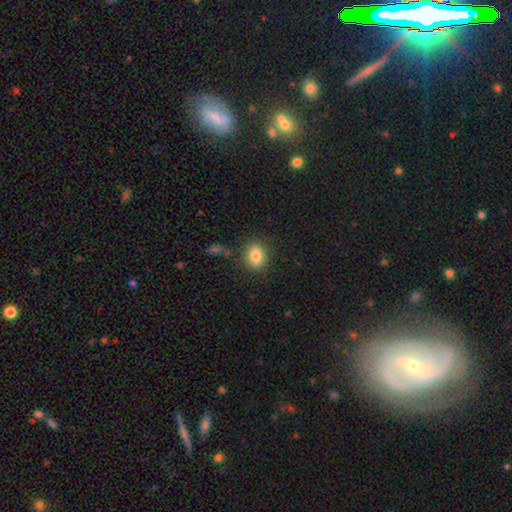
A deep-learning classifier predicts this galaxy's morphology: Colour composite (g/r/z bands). It shows a smooth galaxy with no disk features (84%) that is in between round and cigar-shaped (66%). Merging: none (84%).